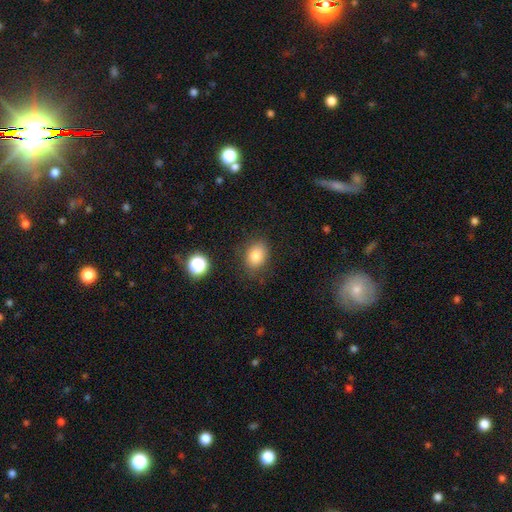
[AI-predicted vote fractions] This is clearly a smooth galaxy (82%). How rounded: possibly in between (58%). Merging: likely none (79%).